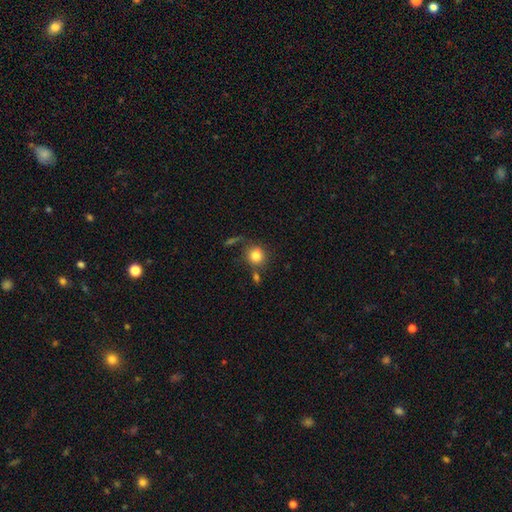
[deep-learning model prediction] smooth_or_featured: smooth (p=0.83) [alt: star or artifact p=0.10]
how_rounded: round (p=0.89) [alt: in between p=0.10]
merging: none (p=0.71) [alt: merger p=0.12]